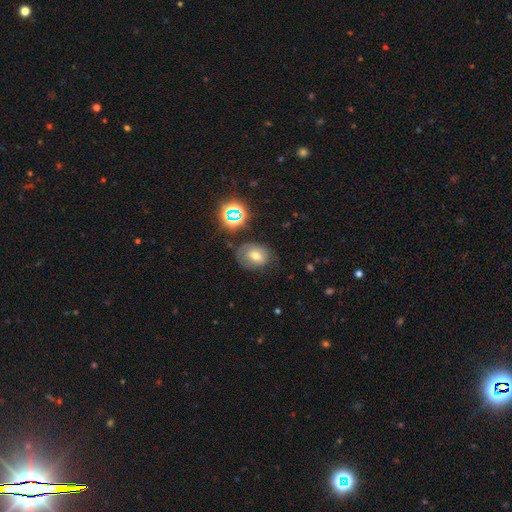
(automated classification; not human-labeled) Smooth or featured? smooth (51%)
How rounded? in between (58%)
Merging? none (63%)